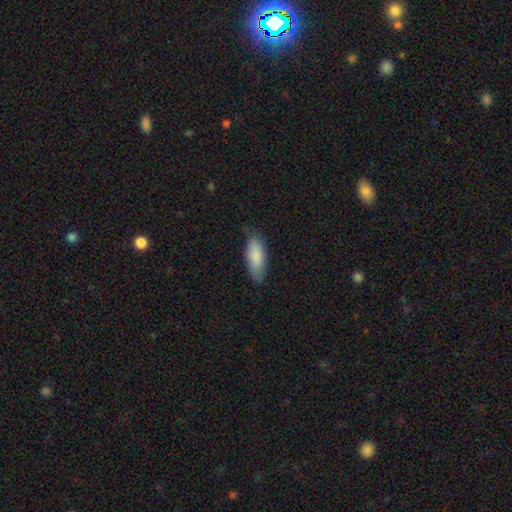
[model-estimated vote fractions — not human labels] Q: Smooth or featured?
A: smooth (86%); runner-up: featured or disk (8%)
Q: How rounded?
A: in between (73%); runner-up: cigar-shaped (26%)
Q: Merging?
A: none (77%); runner-up: minor disturbance (18%)